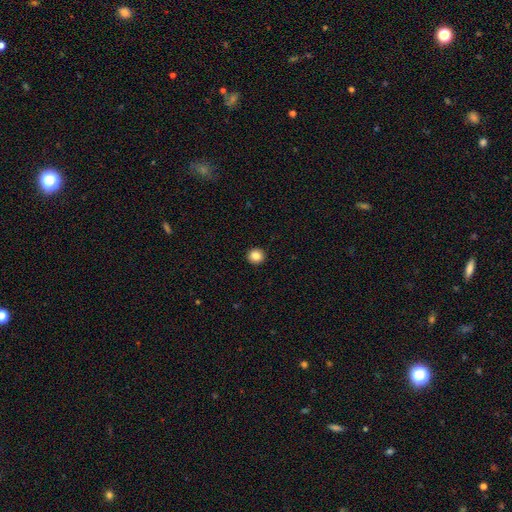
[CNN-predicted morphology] A smooth galaxy with no disk features (86%) that is round (93%).

Vote fractions:
- Smooth or featured? smooth: 86% / star or artifact: 10% / featured or disk: 4%
- How rounded? round: 93% / in between: 6% / cigar-shaped: 1%
- Merging? none: 93% / minor disturbance: 4% / major disturbance: 1% / merger: 1%